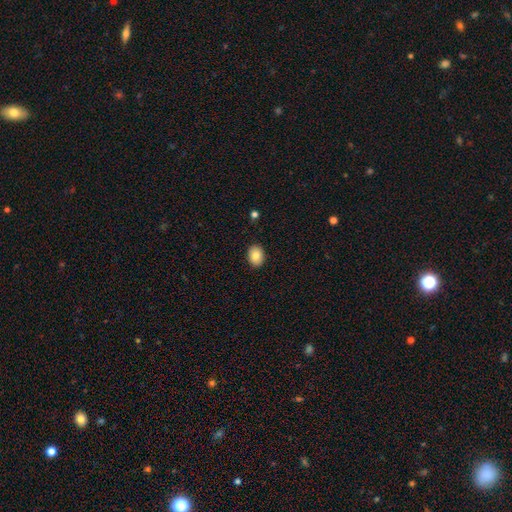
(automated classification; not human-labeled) Smooth or featured? Predicted: smooth (p=0.84). How rounded? Predicted: in between (p=0.65). Merging? Predicted: none (p=0.90).